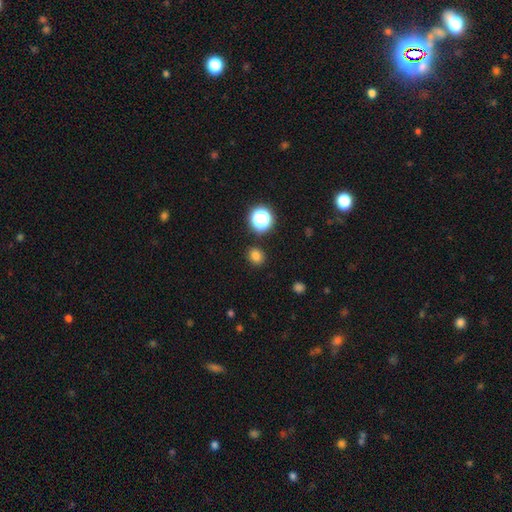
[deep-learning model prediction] Smooth or featured? Predicted: smooth (p=0.79). How rounded? Predicted: round (p=0.77). Merging? Predicted: none (p=0.88).